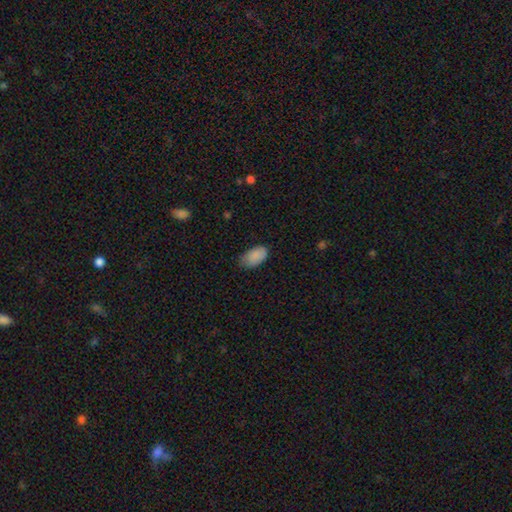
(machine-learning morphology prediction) Q: Smooth or featured?
A: smooth (88%); runner-up: star or artifact (7%)
Q: How rounded?
A: in between (94%); runner-up: round (4%)
Q: Merging?
A: none (71%); runner-up: minor disturbance (24%)